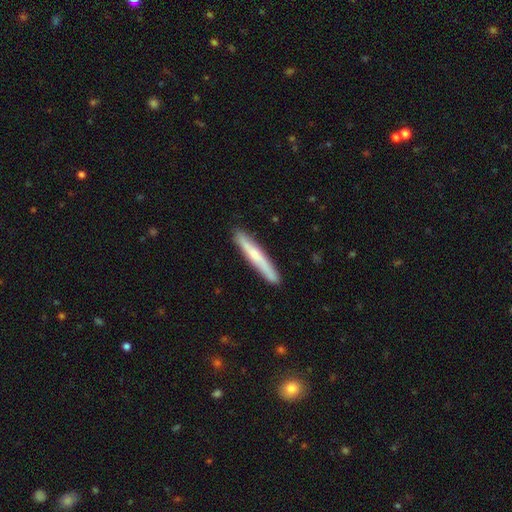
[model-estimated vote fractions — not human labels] Smooth or featured?
  - smooth: 55% *
  - featured or disk: 40%
  - star or artifact: 5%
How rounded?
  - cigar-shaped: 96% *
  - in between: 3%
  - round: 1%
Merging?
  - none: 88% *
  - minor disturbance: 9%
  - major disturbance: 1%
  - merger: 1%